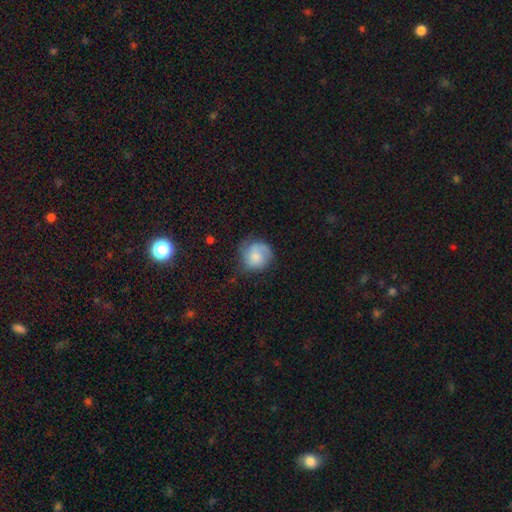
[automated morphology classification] Smooth or featured: smooth — 51% (featured or disk — 41%)
How rounded: round — 86% (in between — 13%)
Merging: none — 65% (minor disturbance — 23%)